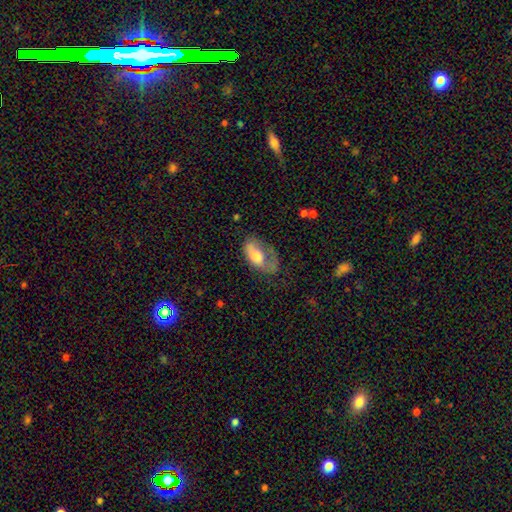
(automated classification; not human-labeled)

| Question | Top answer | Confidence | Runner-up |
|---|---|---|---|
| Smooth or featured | smooth | 57% | featured or disk (36%) |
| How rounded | in between | 92% | round (5%) |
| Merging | major disturbance | 40% | none (30%) |